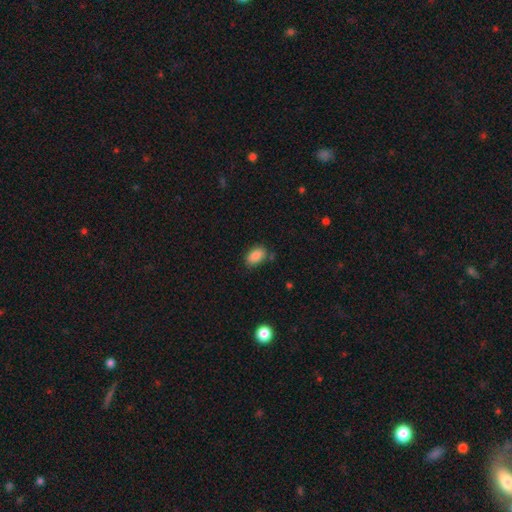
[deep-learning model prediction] A smooth galaxy with no disk features (88%) that is in between round and cigar-shaped (91%). Merging: none (76%).